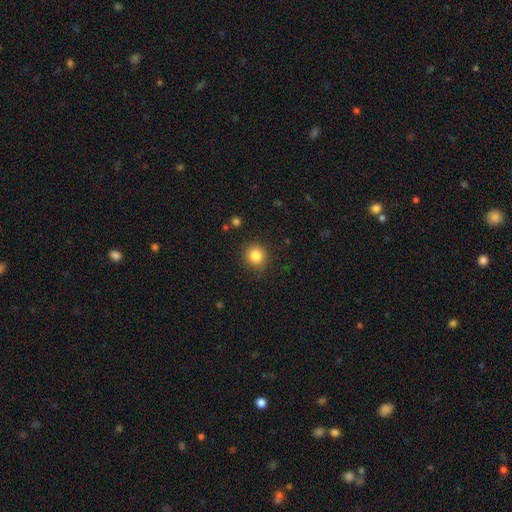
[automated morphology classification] Smooth or featured: smooth — 83% (star or artifact — 11%)
How rounded: round — 90% (in between — 9%)
Merging: none — 85% (minor disturbance — 11%)